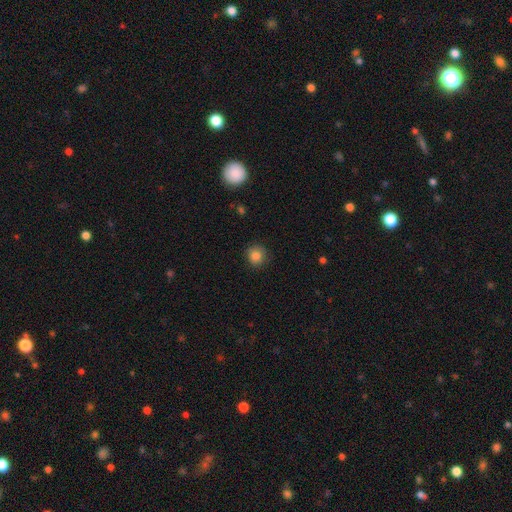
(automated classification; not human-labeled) smooth 84%, star or artifact 10%, featured or disk 5%. Down the decision tree: how rounded — round (90%); merging — none (86%).